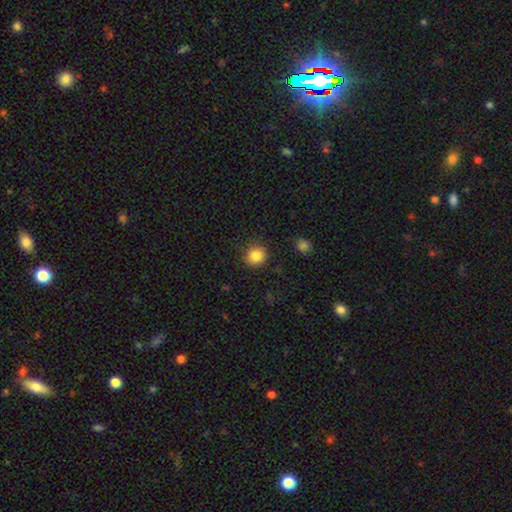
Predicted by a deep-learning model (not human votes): This appears to be a smooth galaxy with no disk features (86%) that is round (84%). Merging: none (86%).